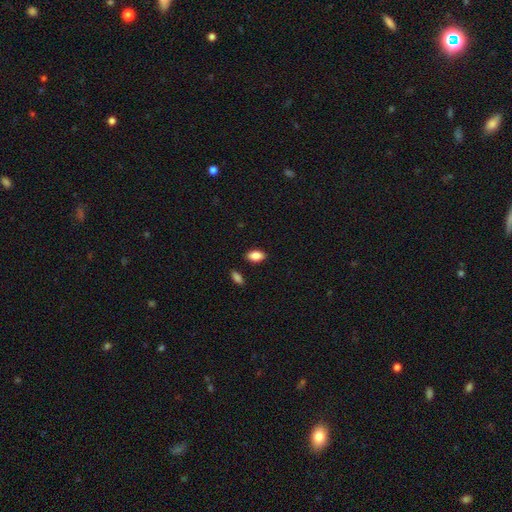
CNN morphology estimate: Smooth or featured?
  - smooth: 86% *
  - star or artifact: 7%
  - featured or disk: 7%
How rounded?
  - in between: 92% *
  - round: 4%
  - cigar-shaped: 4%
Merging?
  - none: 87% *
  - minor disturbance: 9%
  - merger: 2%
  - major disturbance: 2%